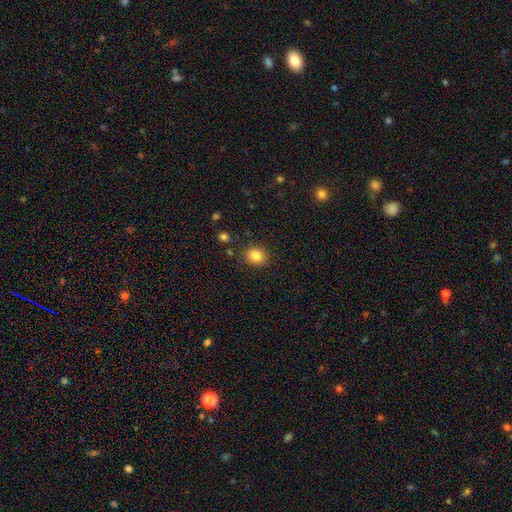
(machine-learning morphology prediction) smooth-or-featured: smooth: 84% | star or artifact: 10% | featured or disk: 6%
  how-rounded: round: 55% | in between: 44% | cigar-shaped: 1%
  merging: none: 86% | minor disturbance: 9% | major disturbance: 3% | merger: 2%